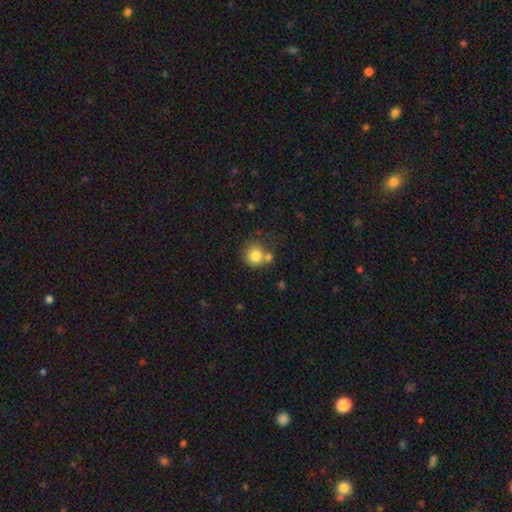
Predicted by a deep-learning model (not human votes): A smooth galaxy with no disk features (80%) that is round (88%).

Vote fractions:
- Smooth or featured? smooth: 80% / star or artifact: 11% / featured or disk: 10%
- How rounded? round: 88% / in between: 11% / cigar-shaped: 1%
- Merging? none: 55% / merger: 27% / minor disturbance: 13% / major disturbance: 5%